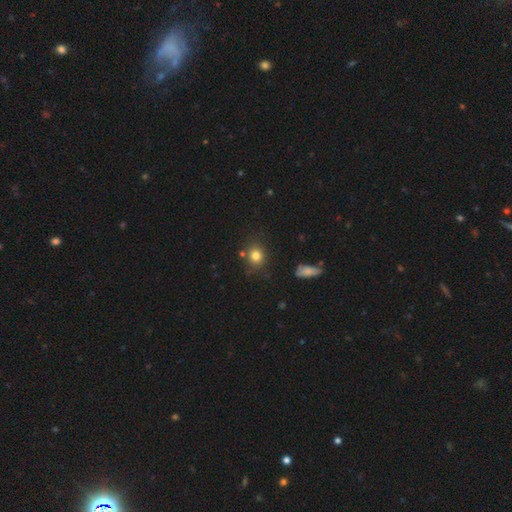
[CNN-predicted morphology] A smooth galaxy with no disk features (81%) that is round (72%). Merging: none (79%).